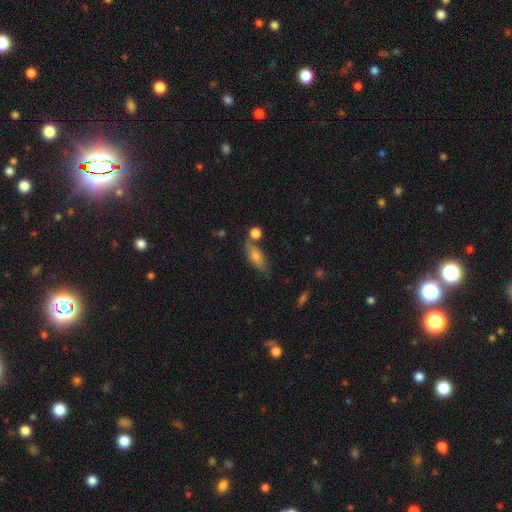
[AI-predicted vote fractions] Q: Smooth or featured?
A: smooth (65%); runner-up: featured or disk (24%)
Q: How rounded?
A: in between (67%); runner-up: cigar-shaped (28%)
Q: Merging?
A: none (60%); runner-up: minor disturbance (19%)